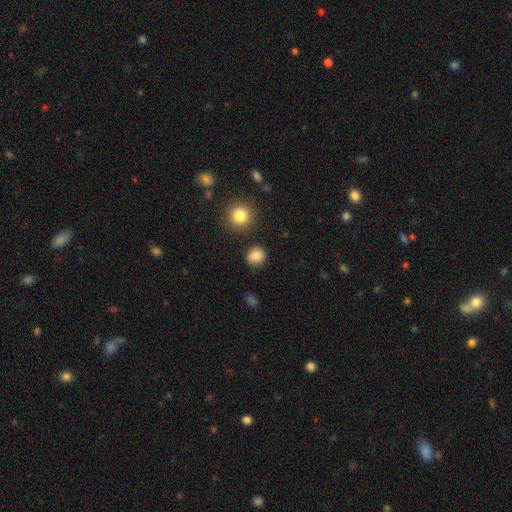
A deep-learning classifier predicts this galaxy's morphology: Smooth or featured? smooth (83%)
How rounded? round (88%)
Merging? none (86%)